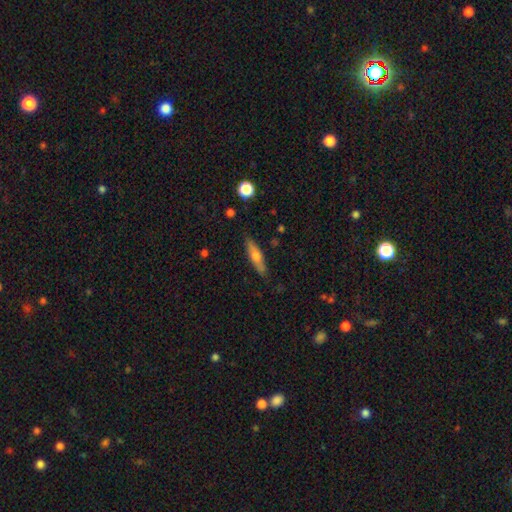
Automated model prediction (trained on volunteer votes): Overall: smooth (56%; featured or disk 38%). How rounded: cigar-shaped (75%). Merging: none (84%).